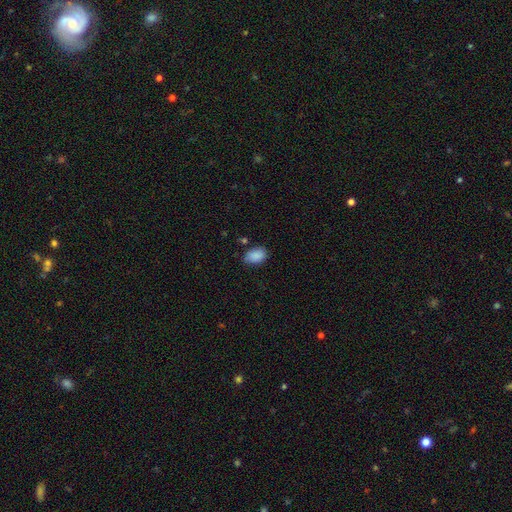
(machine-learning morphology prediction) Q: Smooth or featured?
A: smooth (89%); runner-up: star or artifact (7%)
Q: How rounded?
A: in between (86%); runner-up: round (13%)
Q: Merging?
A: none (75%); runner-up: minor disturbance (19%)